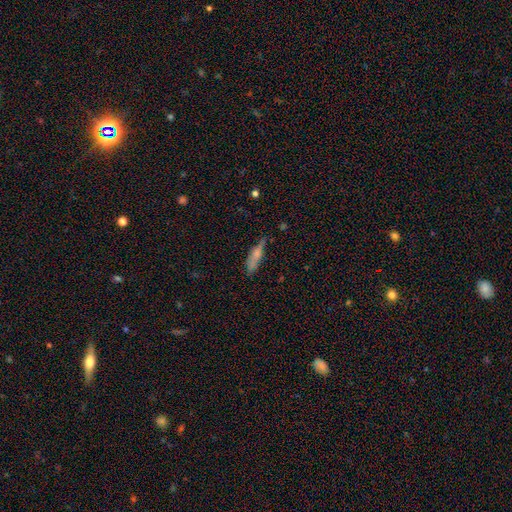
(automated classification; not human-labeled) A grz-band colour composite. It shows a smooth galaxy with no disk features (62%) that is cigar-shaped (68%). Merging: none (55%).